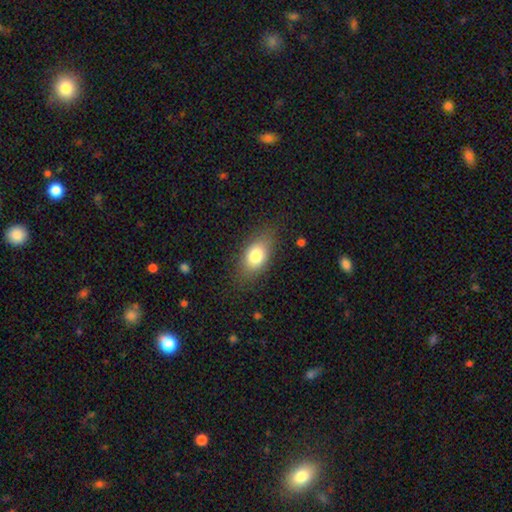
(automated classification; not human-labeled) smooth-or-featured: smooth: 79% | featured or disk: 13% | star or artifact: 8%
  how-rounded: in between: 83% | round: 12% | cigar-shaped: 4%
  merging: none: 78% | minor disturbance: 15% | major disturbance: 5% | merger: 1%